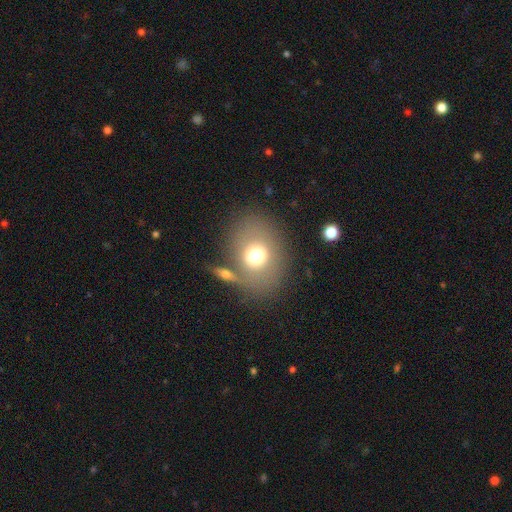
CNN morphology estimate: A smooth galaxy with no disk features (67%) that is in between round and cigar-shaped (52%).

Vote fractions:
- Smooth or featured? smooth: 67% / featured or disk: 22% / star or artifact: 11%
- How rounded? in between: 52% / round: 47% / cigar-shaped: 1%
- Merging? none: 66% / merger: 14% / minor disturbance: 12% / major disturbance: 7%